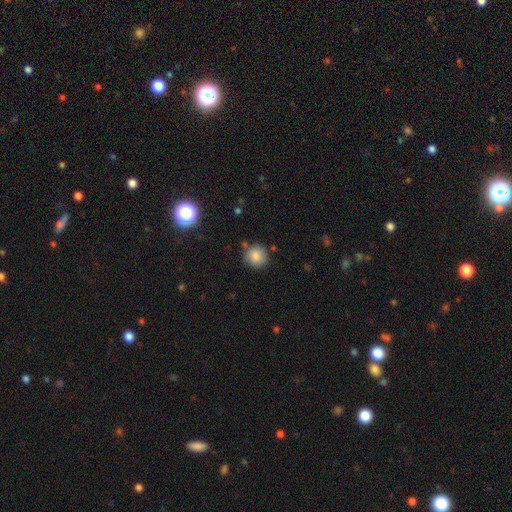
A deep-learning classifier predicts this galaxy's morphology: Smooth or featured? smooth (84%)
How rounded? round (91%)
Merging? none (82%)